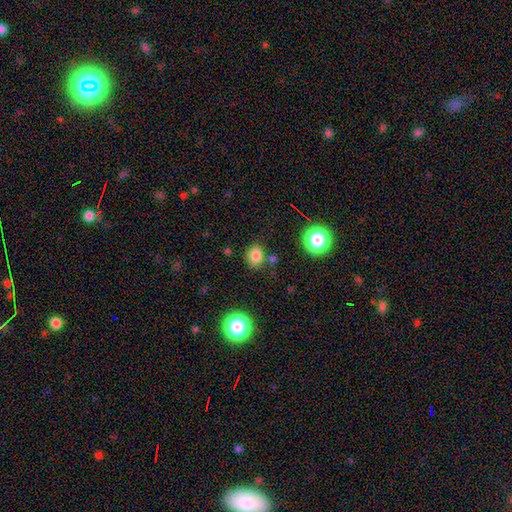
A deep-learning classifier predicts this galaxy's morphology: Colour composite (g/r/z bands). It shows a smooth galaxy with no disk features (80%) that is round (58%). Merging: none (77%).